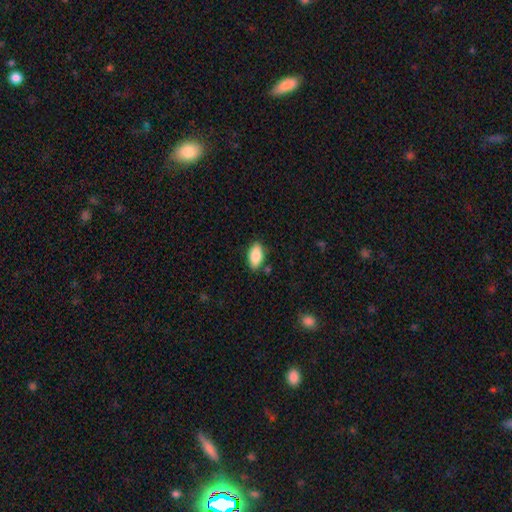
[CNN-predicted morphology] Smooth or featured? smooth (83%)
How rounded? in between (89%)
Merging? none (83%)